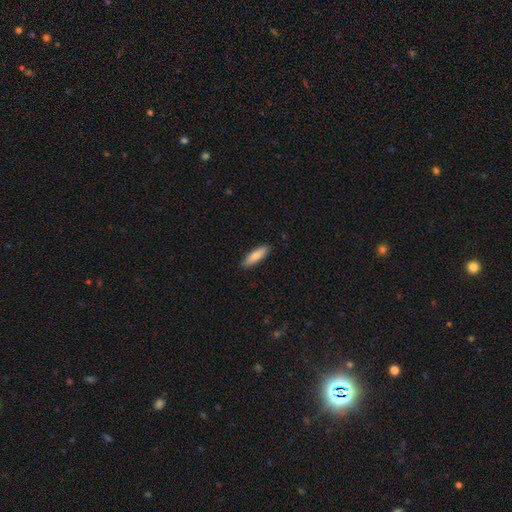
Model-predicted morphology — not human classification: smooth-or-featured: smooth: 82% | featured or disk: 12% | star or artifact: 5%
  how-rounded: cigar-shaped: 60% | in between: 38% | round: 2%
  merging: none: 89% | minor disturbance: 8% | major disturbance: 2% | merger: 1%